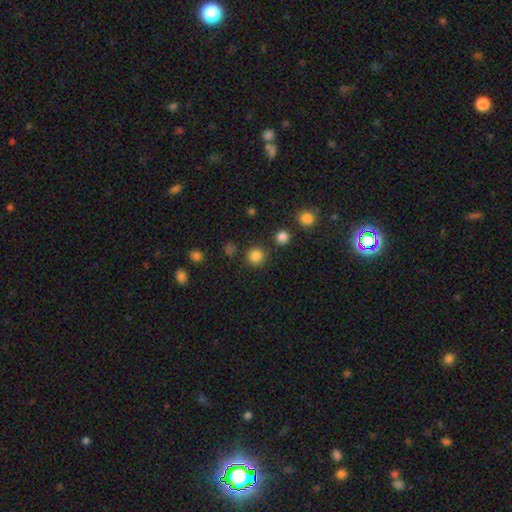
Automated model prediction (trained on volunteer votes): smooth 83%, star or artifact 13%, featured or disk 4%. Down the decision tree: how rounded — round (94%); merging — none (86%).